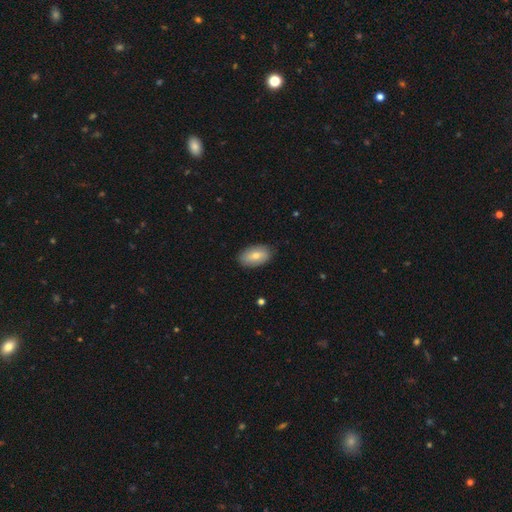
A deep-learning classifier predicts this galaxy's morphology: Overall: smooth (70%). How rounded: in between (93%). Merging: none (84%).